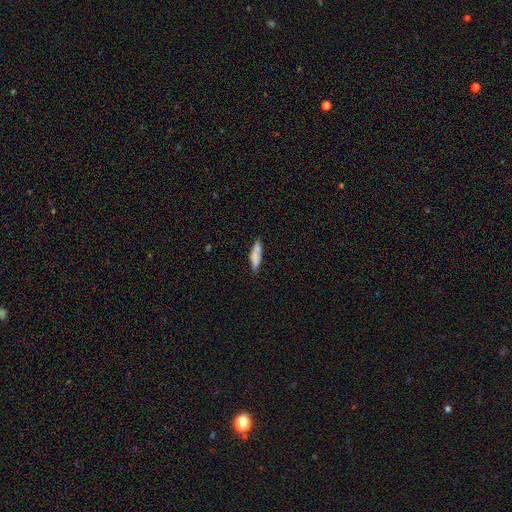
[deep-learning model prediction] smooth_or_featured: smooth (p=0.77) [alt: featured or disk p=0.16]
how_rounded: cigar-shaped (p=0.54) [alt: in between p=0.44]
merging: none (p=0.67) [alt: minor disturbance p=0.22]